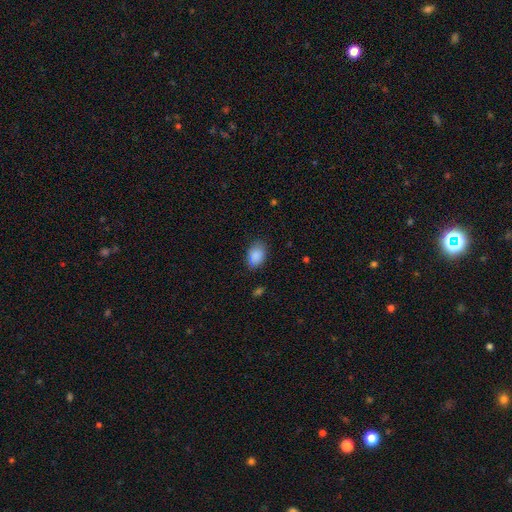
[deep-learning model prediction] This is clearly a smooth galaxy (88%). How rounded: clearly in between (82%). Merging: likely none (80%).